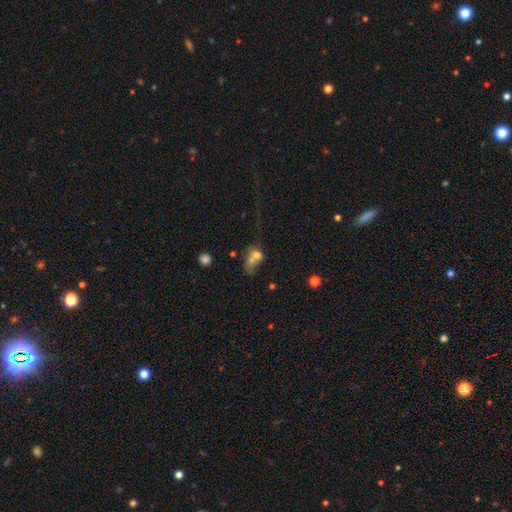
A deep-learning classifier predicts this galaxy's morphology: The model was most divided on "how rounded": round: 53%, in between: 45%, cigar-shaped: 2%. More confident: smooth or featured — smooth (65%); merging — merger (62%).